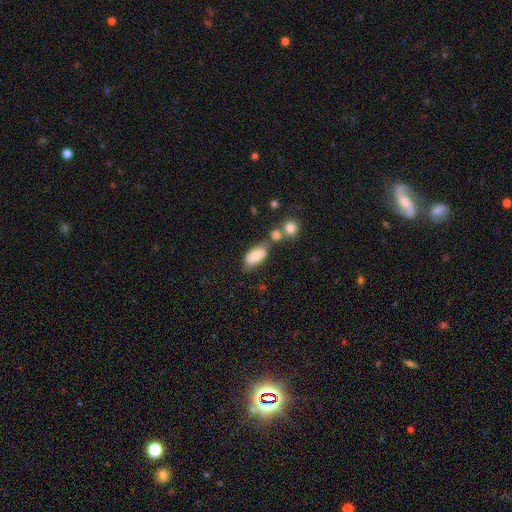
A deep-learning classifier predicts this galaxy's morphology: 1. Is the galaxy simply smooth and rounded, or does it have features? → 73% smooth, 19% featured or disk, 8% star or artifact.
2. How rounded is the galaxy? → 91% in between, 5% round, 4% cigar-shaped.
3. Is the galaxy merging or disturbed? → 51% none, 22% merger, 20% minor disturbance, 7% major disturbance.